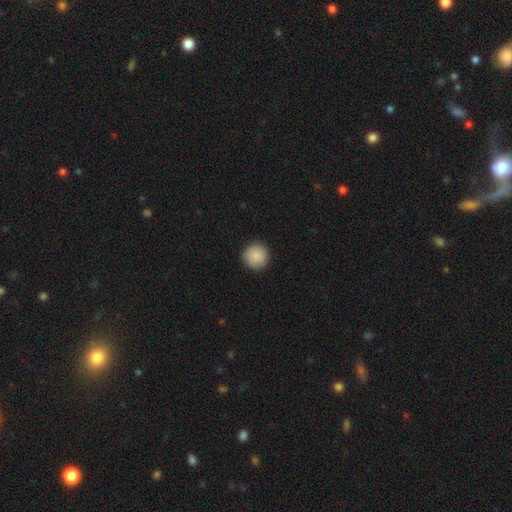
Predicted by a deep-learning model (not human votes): Smooth or featured?
  - smooth: 89% *
  - star or artifact: 7%
  - featured or disk: 4%
How rounded?
  - round: 95% *
  - in between: 4%
  - cigar-shaped: 1%
Merging?
  - none: 92% *
  - minor disturbance: 6%
  - major disturbance: 2%
  - merger: 1%